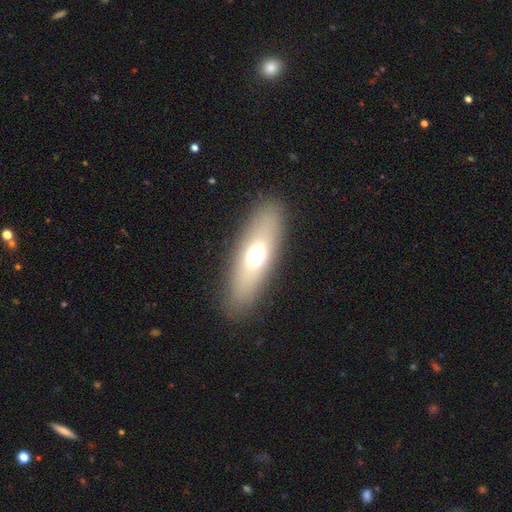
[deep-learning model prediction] Morphology: type=smooth (60%); roundness=in between (63%); merging=none (87%).